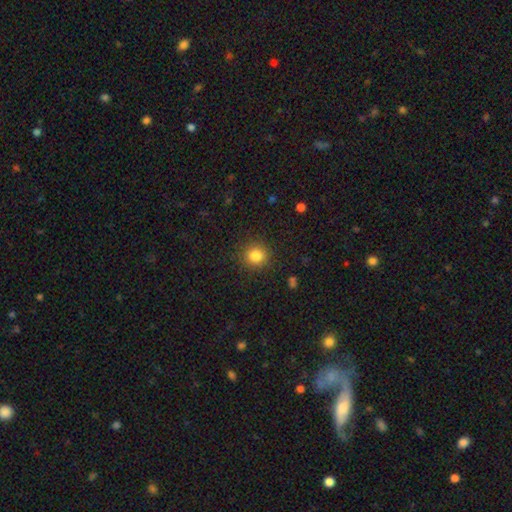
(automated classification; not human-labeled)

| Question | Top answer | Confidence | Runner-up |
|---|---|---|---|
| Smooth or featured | smooth | 83% | star or artifact (12%) |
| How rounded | round | 89% | in between (10%) |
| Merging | none | 89% | minor disturbance (7%) |